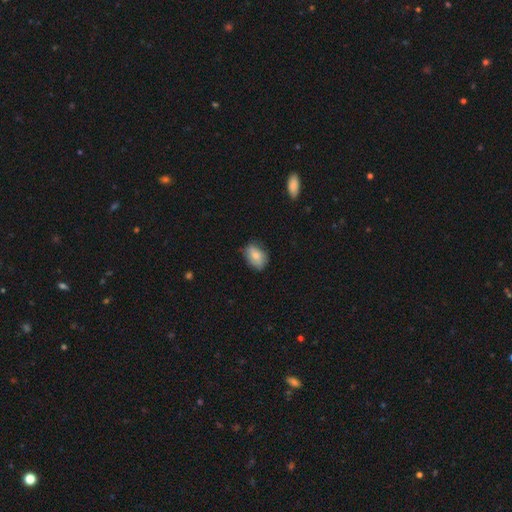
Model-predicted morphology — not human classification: smooth_or_featured: smooth (p=0.78) [alt: featured or disk p=0.15]
how_rounded: in between (p=0.79) [alt: round p=0.20]
merging: none (p=0.70) [alt: minor disturbance p=0.24]